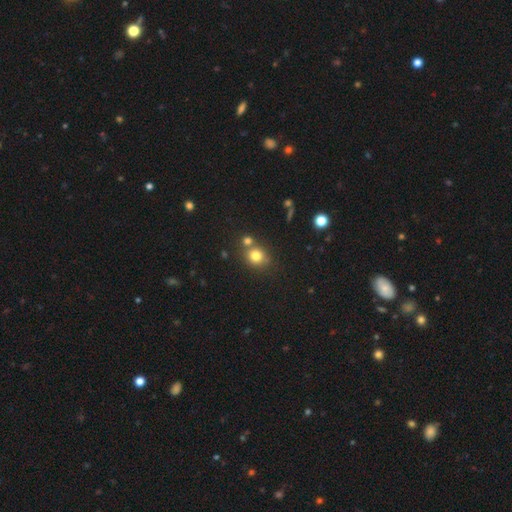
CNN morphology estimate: Overall: smooth (79%). How rounded: round (77%). Merging: none (62%; merger 25%).